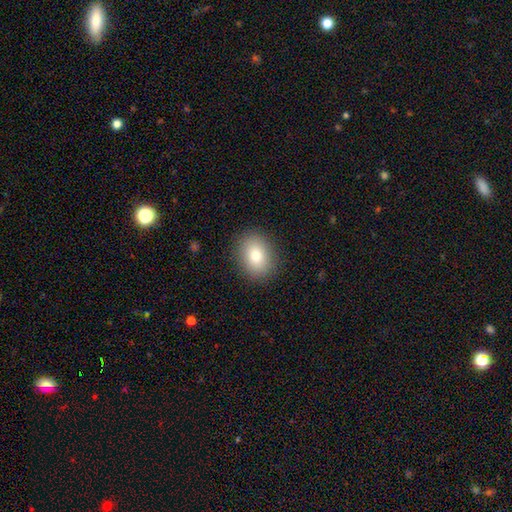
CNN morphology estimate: smooth_or_featured: smooth (p=0.81) [alt: featured or disk p=0.09]
how_rounded: in between (p=0.58) [alt: round p=0.41]
merging: none (p=0.89) [alt: minor disturbance p=0.08]